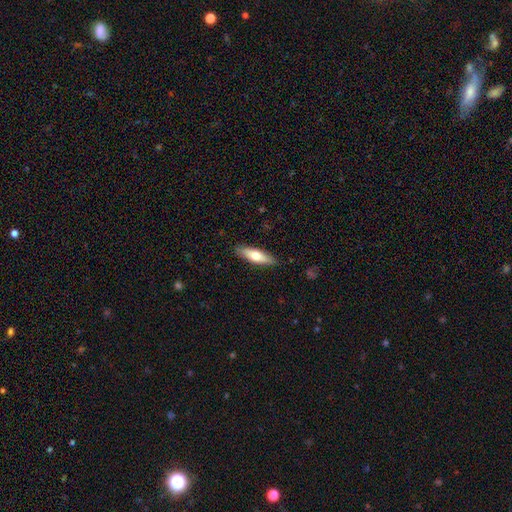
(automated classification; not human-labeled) Morphology: type=smooth (63%); roundness=cigar-shaped (57%); merging=none (88%).